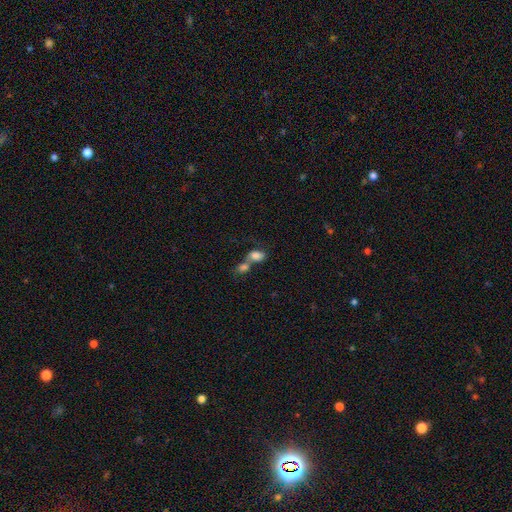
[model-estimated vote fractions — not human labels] Smooth or featured? smooth (79%)
How rounded? in between (83%)
Merging? merger (68%)